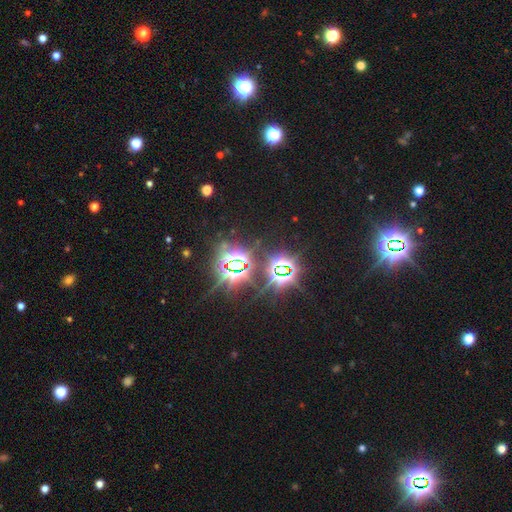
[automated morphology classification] type=star or artifact (81%).